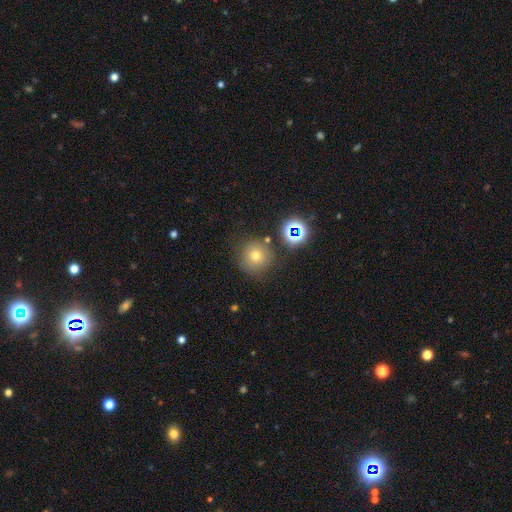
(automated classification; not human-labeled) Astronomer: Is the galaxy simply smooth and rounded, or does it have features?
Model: smooth — 67%.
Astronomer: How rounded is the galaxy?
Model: round — 94%.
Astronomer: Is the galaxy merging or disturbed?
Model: none — 77%.